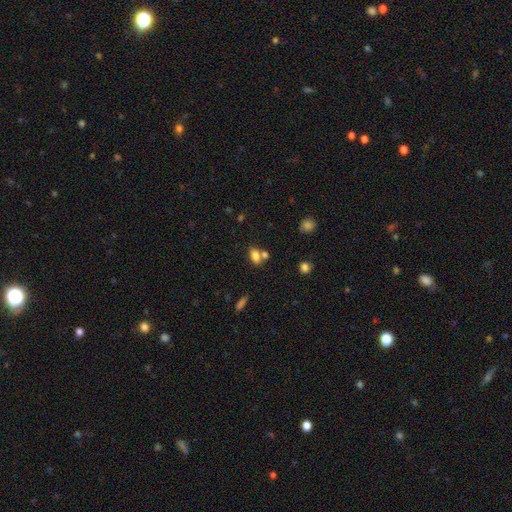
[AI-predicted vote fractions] Smooth or featured? Predicted: smooth (p=0.79). How rounded? Predicted: in between (p=0.83). Merging? Predicted: none (p=0.48).